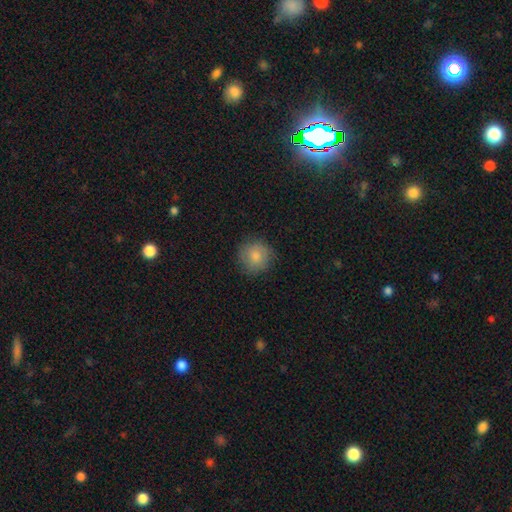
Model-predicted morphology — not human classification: type=smooth (82%); roundness=round (92%); merging=none (83%).